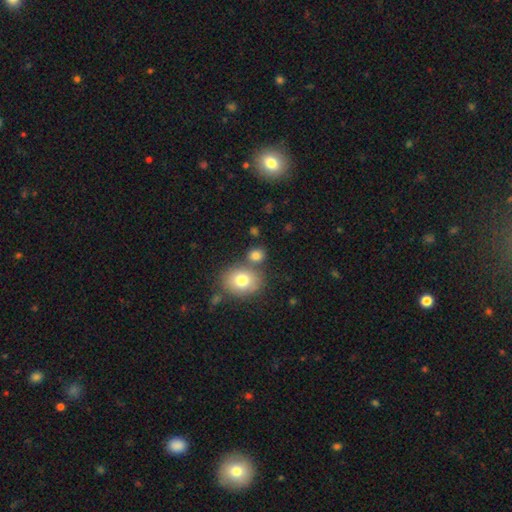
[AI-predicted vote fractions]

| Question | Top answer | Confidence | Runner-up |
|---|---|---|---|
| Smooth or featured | smooth | 81% | star or artifact (10%) |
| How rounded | round | 69% | in between (30%) |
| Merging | none | 63% | merger (23%) |